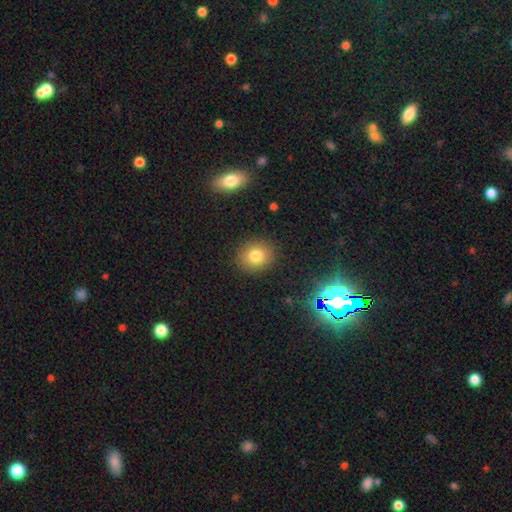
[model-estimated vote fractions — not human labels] smooth 79%, star or artifact 13%, featured or disk 9%. Down the decision tree: how rounded — round (75%); merging — none (89%).